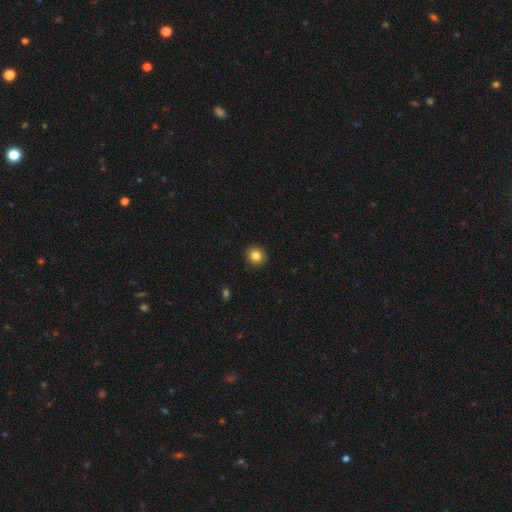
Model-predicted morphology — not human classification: Smooth or featured?
  - smooth: 84% *
  - star or artifact: 10%
  - featured or disk: 6%
How rounded?
  - round: 91% *
  - in between: 8%
  - cigar-shaped: 1%
Merging?
  - none: 92% *
  - minor disturbance: 5%
  - major disturbance: 2%
  - merger: 1%